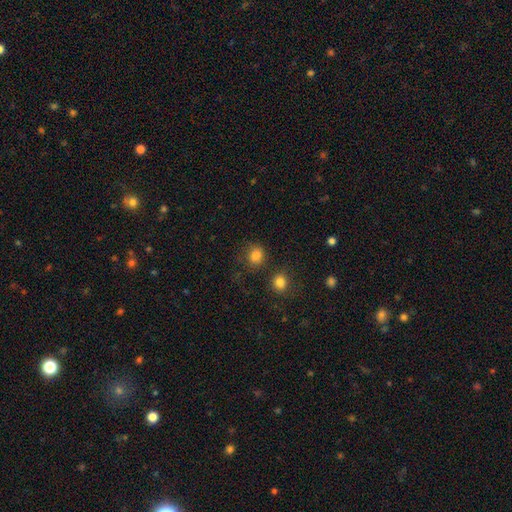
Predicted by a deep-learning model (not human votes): smooth 81%, star or artifact 13%, featured or disk 5%. Down the decision tree: how rounded — round (78%); merging — none (74%).